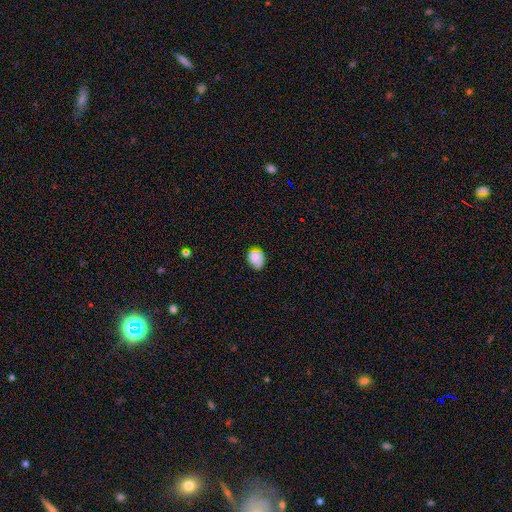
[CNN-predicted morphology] Smooth or featured: smooth — 75% (featured or disk — 15%)
How rounded: in between — 55% (round — 44%)
Merging: none — 65% (minor disturbance — 27%)